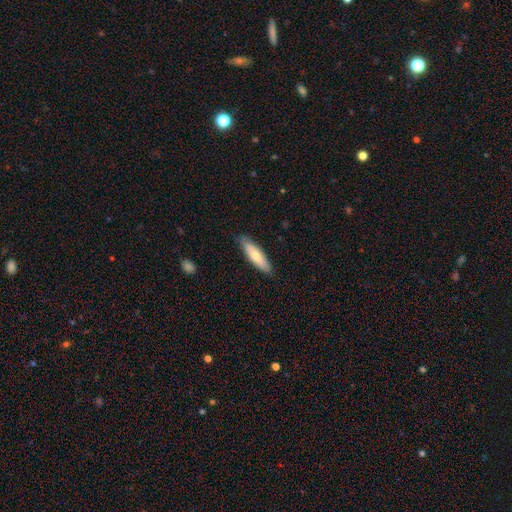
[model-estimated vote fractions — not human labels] A smooth galaxy with no disk features (72%) that is cigar-shaped (60%).

Vote fractions:
- Smooth or featured? smooth: 72% / featured or disk: 23% / star or artifact: 5%
- How rounded? cigar-shaped: 60% / in between: 39% / round: 2%
- Merging? none: 85% / minor disturbance: 12% / major disturbance: 2% / merger: 1%